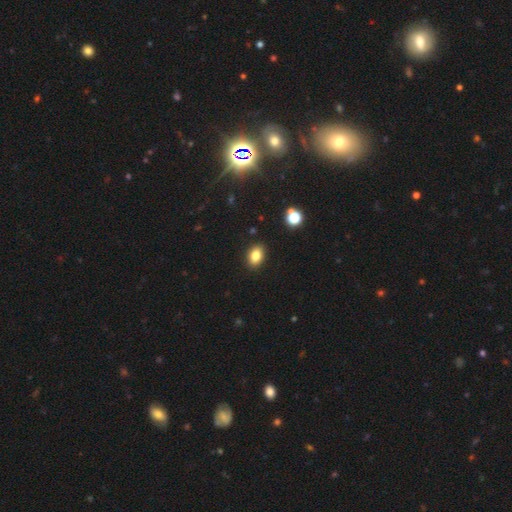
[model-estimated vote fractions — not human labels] Smooth or featured: smooth — 83% (star or artifact — 11%)
How rounded: in between — 80% (round — 19%)
Merging: none — 89% (minor disturbance — 8%)